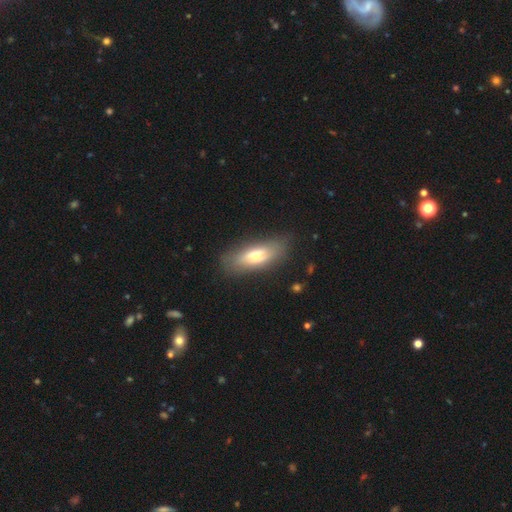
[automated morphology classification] The model was most divided on "how rounded": in between: 66%, cigar-shaped: 32%, round: 3%. More confident: merging — none (80%); smooth or featured — smooth (65%).